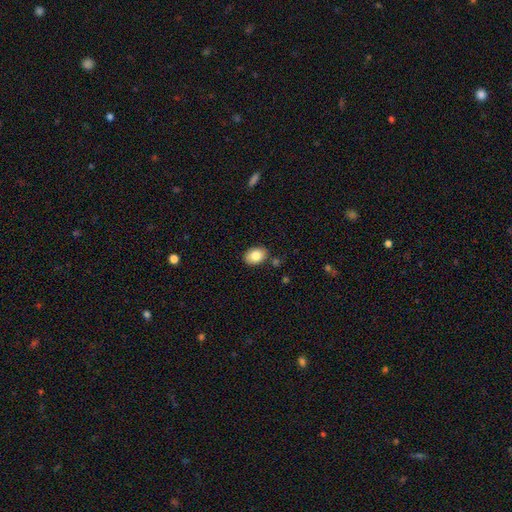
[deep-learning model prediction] Smooth or featured? smooth (84%)
How rounded? in between (80%)
Merging? none (84%)